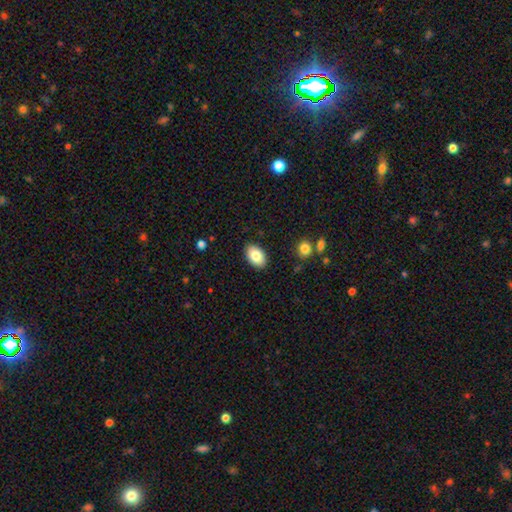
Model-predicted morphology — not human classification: This appears to be a smooth galaxy with no disk features (83%) that is in between round and cigar-shaped (92%). Merging: none (89%).